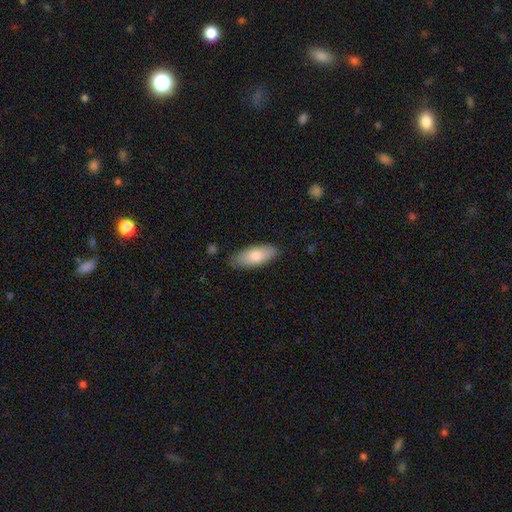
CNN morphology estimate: A smooth galaxy with no disk features (75%) that is in between round and cigar-shaped (81%).

Vote fractions:
- Smooth or featured? smooth: 75% / featured or disk: 19% / star or artifact: 6%
- How rounded? in between: 81% / cigar-shaped: 17% / round: 2%
- Merging? none: 82% / minor disturbance: 14% / major disturbance: 3% / merger: 1%